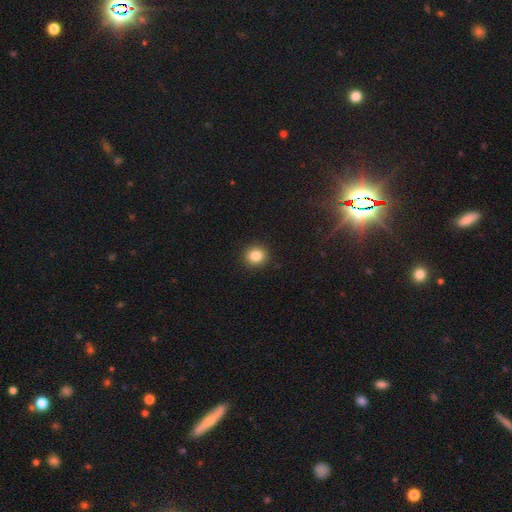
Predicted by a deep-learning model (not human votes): smooth-or-featured: smooth: 85% | star or artifact: 10% | featured or disk: 5%
  how-rounded: round: 86% | in between: 14% | cigar-shaped: 1%
  merging: none: 92% | minor disturbance: 5% | major disturbance: 2% | merger: 1%